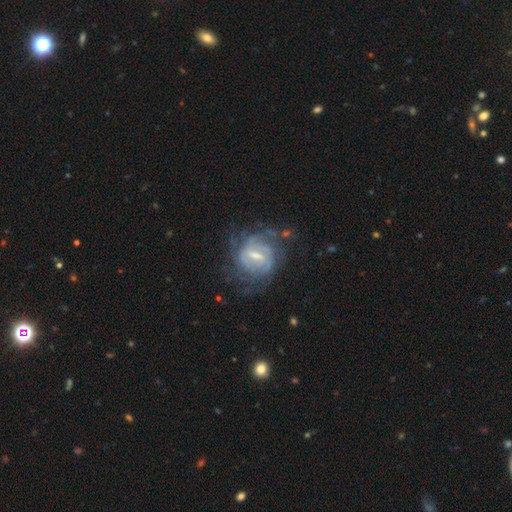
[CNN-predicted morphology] A featured or disk galaxy (82%) with a weak bar (54%), tight (58%) spiral arms (89%) and a small central bulge (48%).

Vote fractions:
- Smooth or featured? featured or disk: 82% / smooth: 11% / star or artifact: 7%
- Edge-on disk? no: 97% / yes: 3%
- Bar? weak: 54% / strong: 33% / no: 13%
- Spiral arms? yes: 89% / no: 11%
- Spiral winding? tight: 58% / medium: 32% / loose: 10%
- Spiral arm count? can't tell: 43% / 2: 26% / 3: 13% / 4: 9% / 1: 4% / more than 4: 4%
- Bulge size? small: 48% / moderate: 41% / none: 6% / large: 4% / dominant: 1%
- Merging? none: 65% / minor disturbance: 19% / major disturbance: 14% / merger: 2%